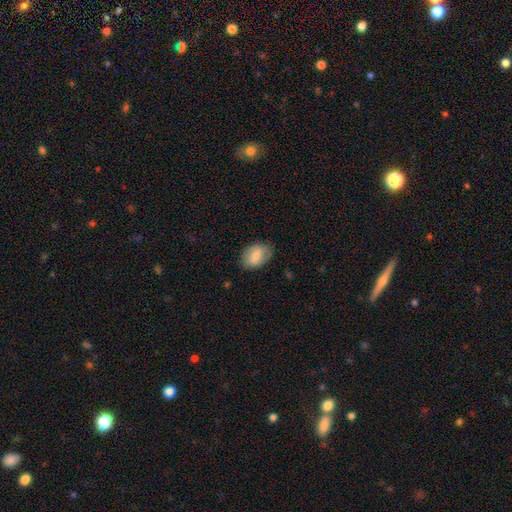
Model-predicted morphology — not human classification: type=smooth (73%); roundness=in between (80%); merging=none (79%).